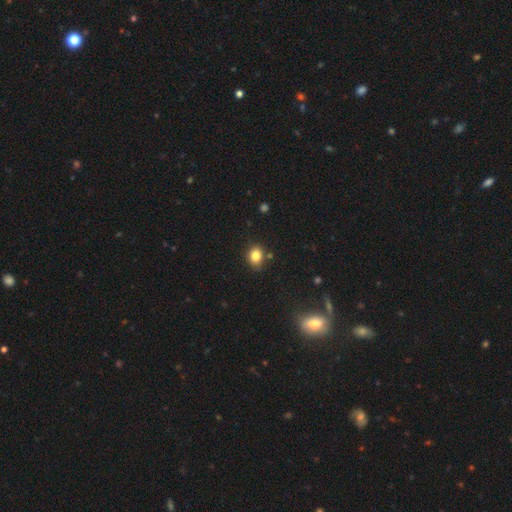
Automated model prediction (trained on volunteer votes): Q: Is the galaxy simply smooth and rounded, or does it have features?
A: smooth — 83%.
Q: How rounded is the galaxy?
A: round — 60%.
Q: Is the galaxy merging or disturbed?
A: none — 80%.